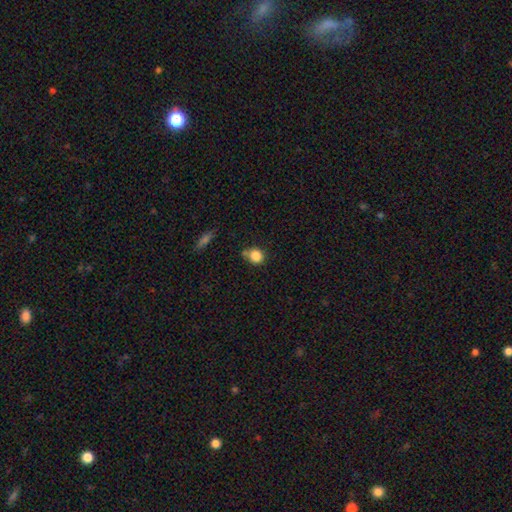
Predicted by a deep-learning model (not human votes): Smooth or featured? smooth (84%)
How rounded? round (76%)
Merging? none (57%)